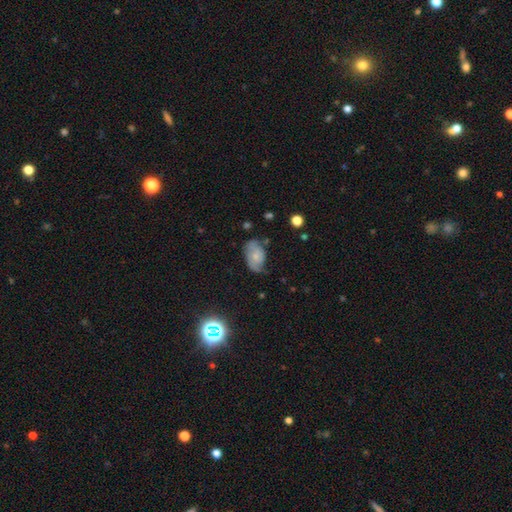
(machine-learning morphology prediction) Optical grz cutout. It shows a smooth galaxy with no disk features (56%) that is in between round and cigar-shaped (89%). Merging: none (45%).